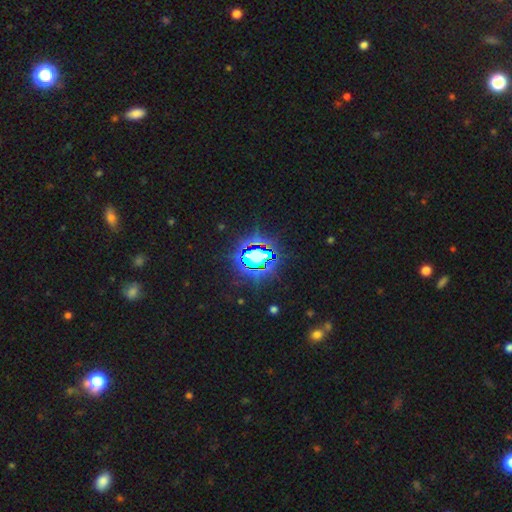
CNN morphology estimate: A star or artifact, not a galaxy (71%).